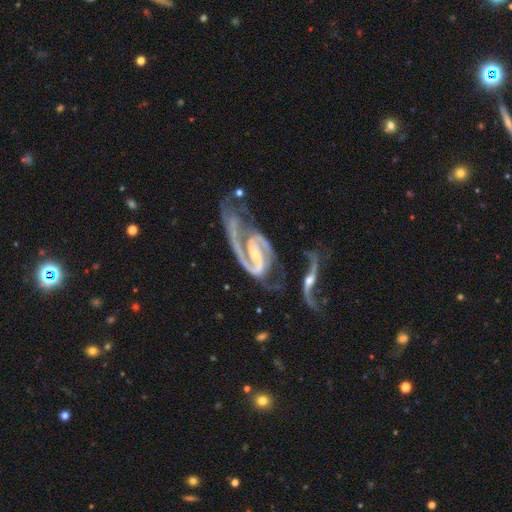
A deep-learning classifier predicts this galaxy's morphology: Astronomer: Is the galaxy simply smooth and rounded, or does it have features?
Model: featured or disk — 93%.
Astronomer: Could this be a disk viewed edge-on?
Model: no — 97%.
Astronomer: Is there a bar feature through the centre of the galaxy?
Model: weak — 41% (runner-up: no, 31%).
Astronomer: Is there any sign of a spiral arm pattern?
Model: yes — 98%.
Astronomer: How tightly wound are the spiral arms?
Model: medium — 51%.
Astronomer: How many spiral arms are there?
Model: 2 — 87%.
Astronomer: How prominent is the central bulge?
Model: small — 56% (runner-up: moderate, 31%).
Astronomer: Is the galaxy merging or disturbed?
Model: merger — 40% (runner-up: major disturbance, 23%).